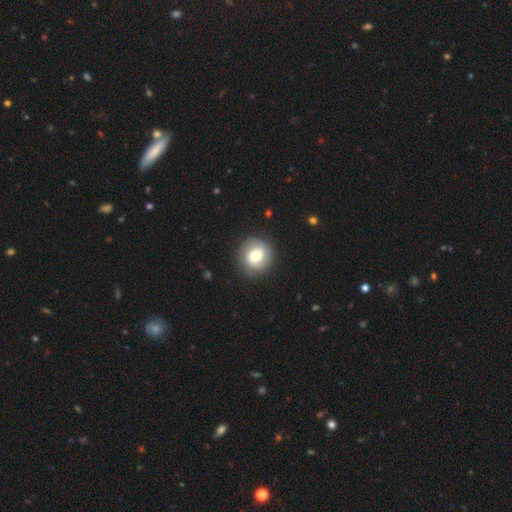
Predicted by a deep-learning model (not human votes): Smooth or featured?
  - smooth: 58% *
  - featured or disk: 34%
  - star or artifact: 7%
How rounded?
  - round: 84% *
  - in between: 15%
  - cigar-shaped: 1%
Merging?
  - none: 84% *
  - minor disturbance: 11%
  - major disturbance: 4%
  - merger: 1%